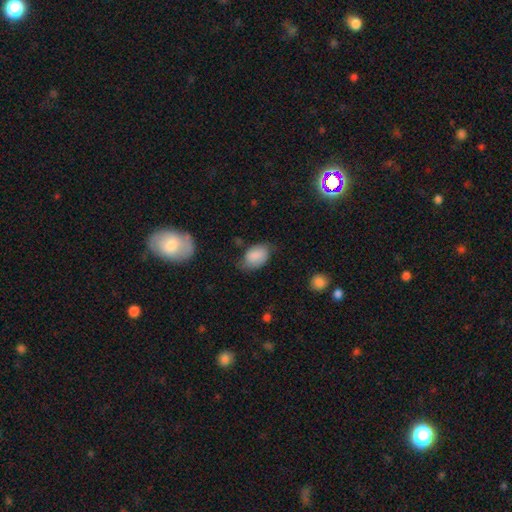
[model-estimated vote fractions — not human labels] Smooth or featured? Predicted: smooth (p=0.83). How rounded? Predicted: in between (p=0.86). Merging? Predicted: none (p=0.57).